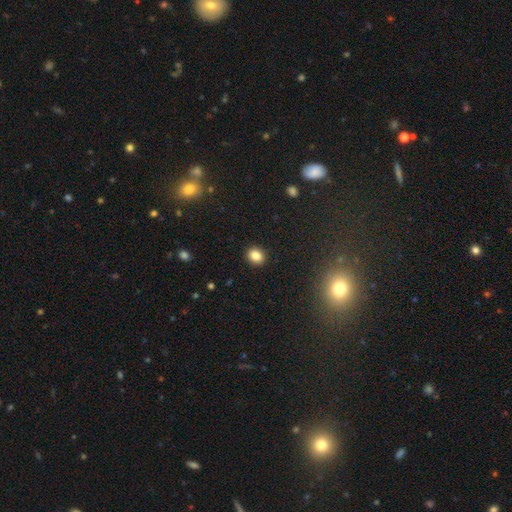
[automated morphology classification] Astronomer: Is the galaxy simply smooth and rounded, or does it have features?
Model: smooth — 84%.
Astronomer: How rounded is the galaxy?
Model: round — 57% (runner-up: in between, 42%).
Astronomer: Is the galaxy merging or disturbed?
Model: none — 90%.